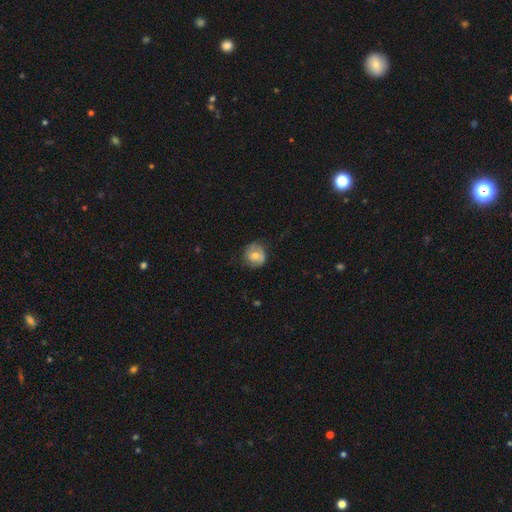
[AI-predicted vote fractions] smooth_or_featured: smooth (p=0.60) [alt: featured or disk p=0.32]
how_rounded: round (p=0.83) [alt: in between p=0.16]
merging: none (p=0.68) [alt: minor disturbance p=0.24]